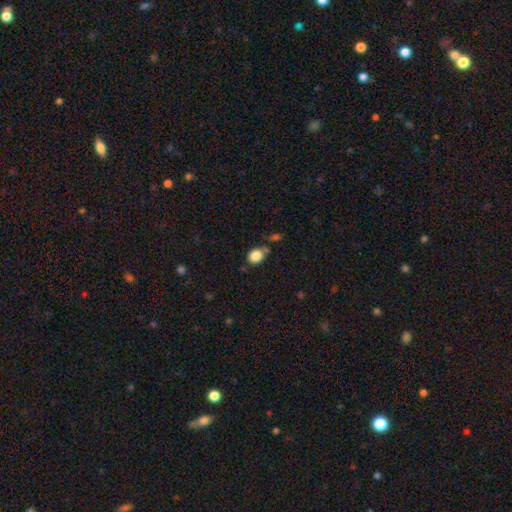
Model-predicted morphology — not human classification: Smooth or featured? Predicted: smooth (p=0.85). How rounded? Predicted: round (p=0.51). Merging? Predicted: none (p=0.61).